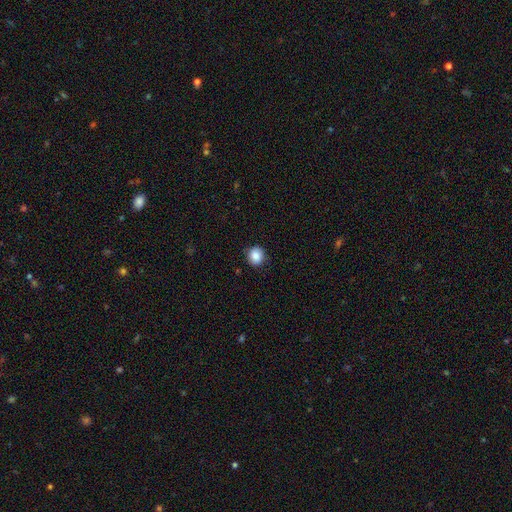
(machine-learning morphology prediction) The model was most divided on "how rounded": round: 85%, in between: 14%, cigar-shaped: 1%. More confident: merging — none (88%); smooth or featured — smooth (86%).